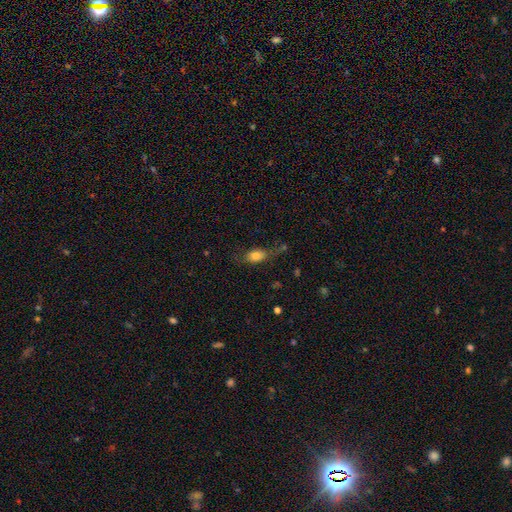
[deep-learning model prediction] Smooth or featured? Predicted: smooth (p=0.72). How rounded? Predicted: in between (p=0.78). Merging? Predicted: none (p=0.47).